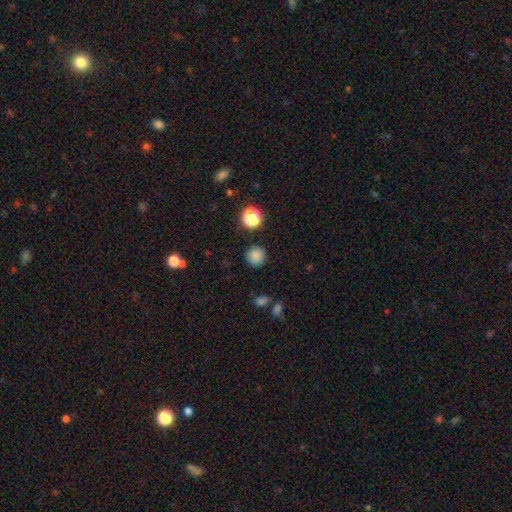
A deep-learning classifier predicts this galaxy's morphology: The model was most divided on "smooth or featured": smooth: 82%, star or artifact: 14%, featured or disk: 4%. More confident: how rounded — round (93%); merging — none (88%).